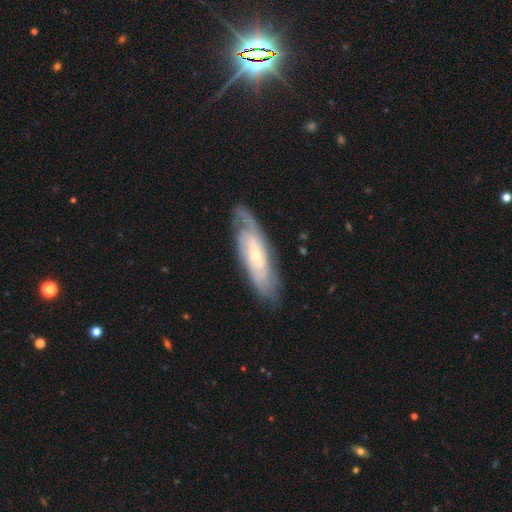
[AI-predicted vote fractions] The model was most divided on "spiral arm count": can't tell: 48%, 2: 27%, 3: 11%, 4: 6%, 1: 5%, more than 4: 4%. More confident: spiral arms — yes (91%); edge-on disk — no (82%); smooth or featured — featured or disk (79%); merging — none (75%); bulge size — small (63%); spiral winding — tight (62%); bar — no (57%).